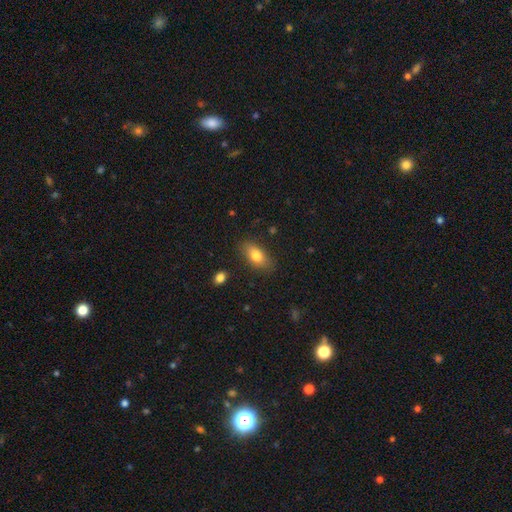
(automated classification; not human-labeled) Q: Smooth or featured?
A: smooth (78%); runner-up: featured or disk (14%)
Q: How rounded?
A: in between (85%); runner-up: cigar-shaped (8%)
Q: Merging?
A: none (83%); runner-up: minor disturbance (13%)